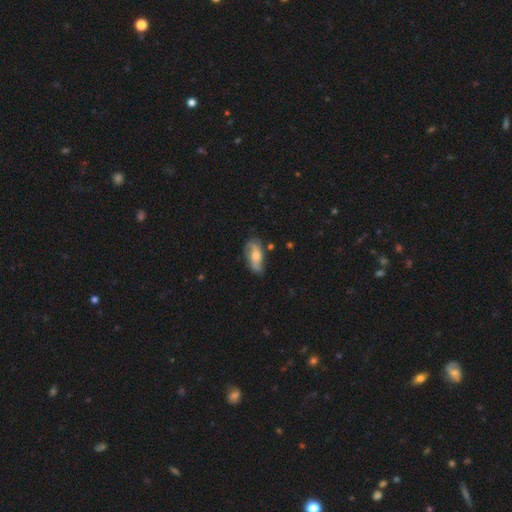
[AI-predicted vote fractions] This appears to be a featured or disk galaxy (54%). Merging: none (63%).